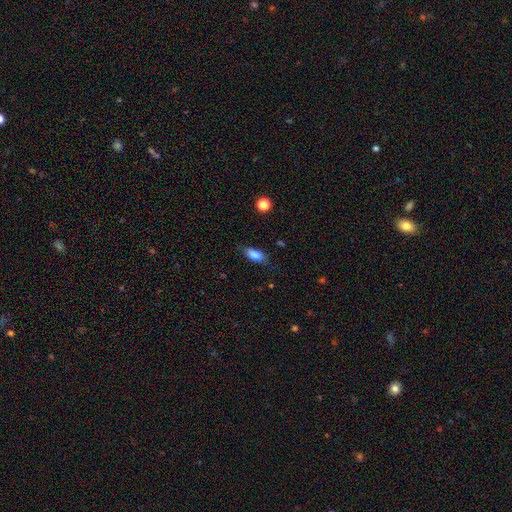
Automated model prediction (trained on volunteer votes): smooth 80%, featured or disk 12%, star or artifact 8%. Down the decision tree: how rounded — in between (81%); merging — none (75%).